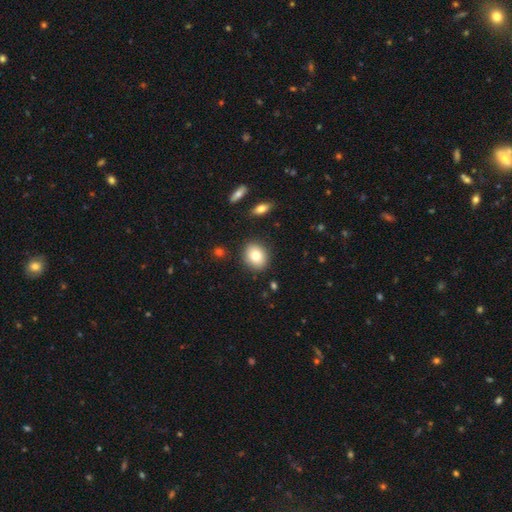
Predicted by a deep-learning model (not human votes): Q: Smooth or featured?
A: smooth (80%); runner-up: featured or disk (11%)
Q: How rounded?
A: in between (53%); runner-up: round (46%)
Q: Merging?
A: none (87%); runner-up: minor disturbance (9%)